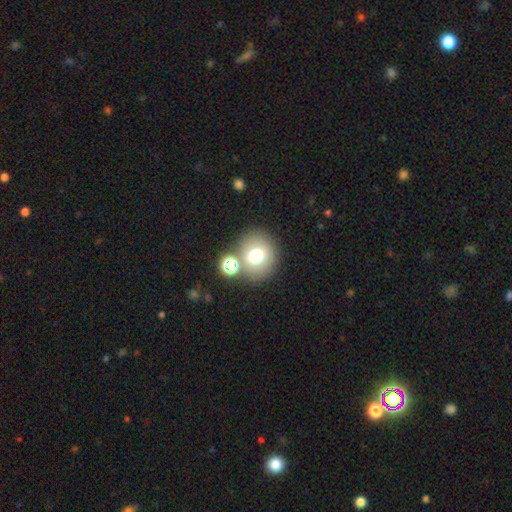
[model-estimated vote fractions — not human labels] Overall: smooth (70%). How rounded: round (82%). Merging: none (74%).